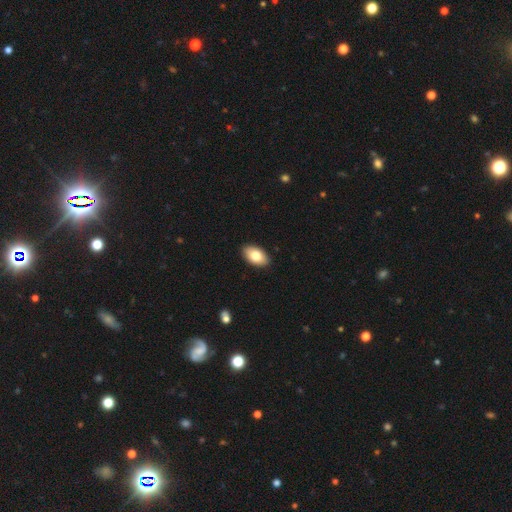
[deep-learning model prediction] Smooth or featured? Predicted: smooth (p=0.81). How rounded? Predicted: in between (p=0.94). Merging? Predicted: none (p=0.90).